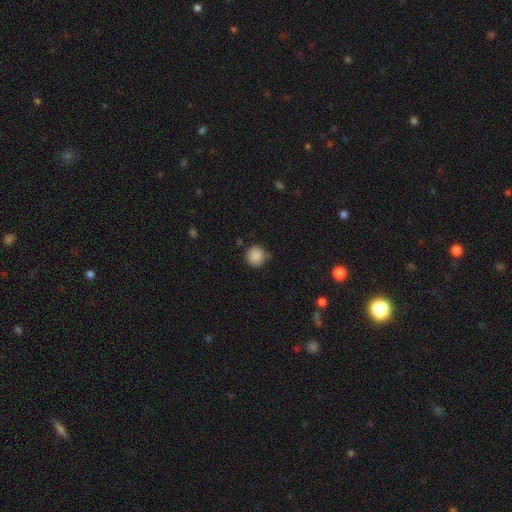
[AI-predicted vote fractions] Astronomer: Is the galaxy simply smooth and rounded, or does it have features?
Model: smooth — 88%.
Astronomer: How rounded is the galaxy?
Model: round — 94%.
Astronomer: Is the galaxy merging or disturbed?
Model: none — 78%.